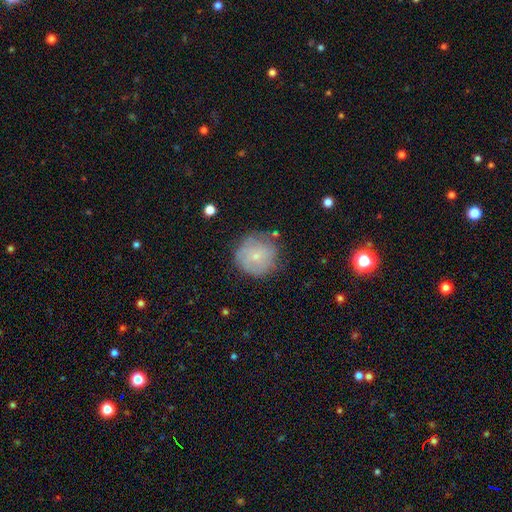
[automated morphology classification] A smooth galaxy with no disk features (49%). Merging: none (71%).